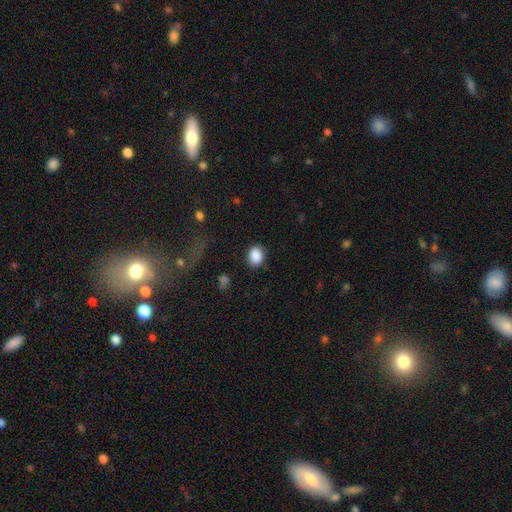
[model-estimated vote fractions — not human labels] Smooth or featured? Predicted: smooth (p=0.88). How rounded? Predicted: in between (p=0.62). Merging? Predicted: none (p=0.84).